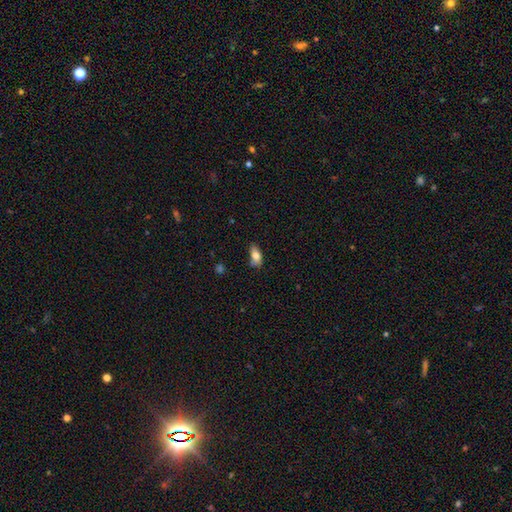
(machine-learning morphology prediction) smooth 80%, featured or disk 13%, star or artifact 8%. Down the decision tree: how rounded — in between (86%); merging — none (56%).